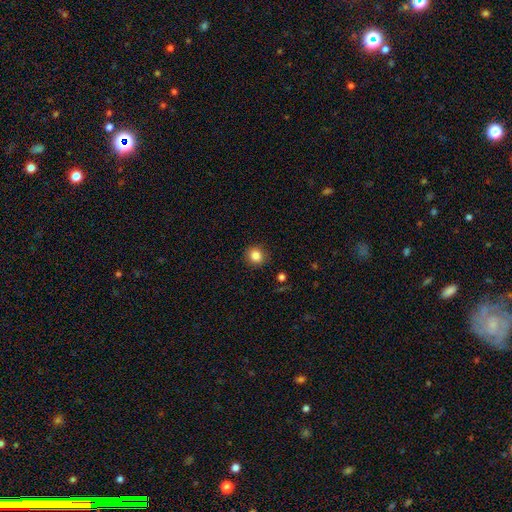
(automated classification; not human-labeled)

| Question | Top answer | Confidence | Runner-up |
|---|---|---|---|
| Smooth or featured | smooth | 85% | star or artifact (11%) |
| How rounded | round | 86% | in between (14%) |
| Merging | none | 88% | minor disturbance (8%) |